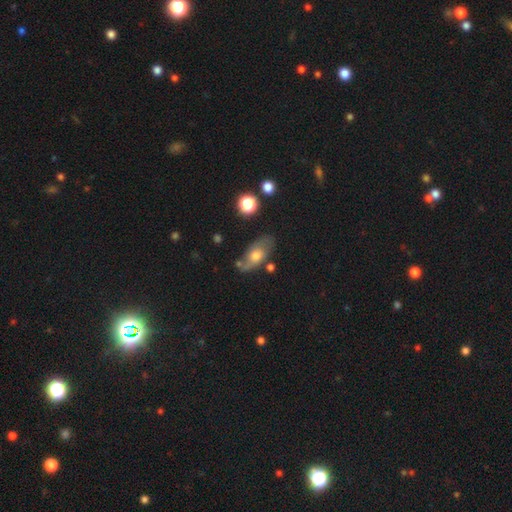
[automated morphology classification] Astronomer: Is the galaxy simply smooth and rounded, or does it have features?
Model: smooth — 51% (runner-up: featured or disk, 41%).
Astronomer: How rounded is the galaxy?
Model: in between — 82%.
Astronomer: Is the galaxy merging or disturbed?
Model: none — 68%.